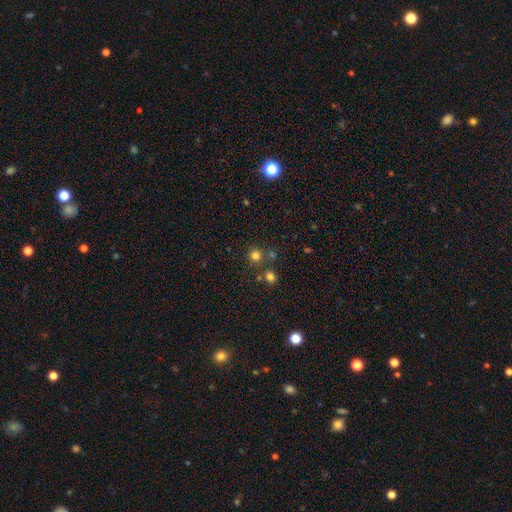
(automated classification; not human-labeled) Q: Smooth or featured?
A: smooth (75%); runner-up: star or artifact (19%)
Q: How rounded?
A: round (91%); runner-up: in between (8%)
Q: Merging?
A: none (73%); runner-up: merger (15%)